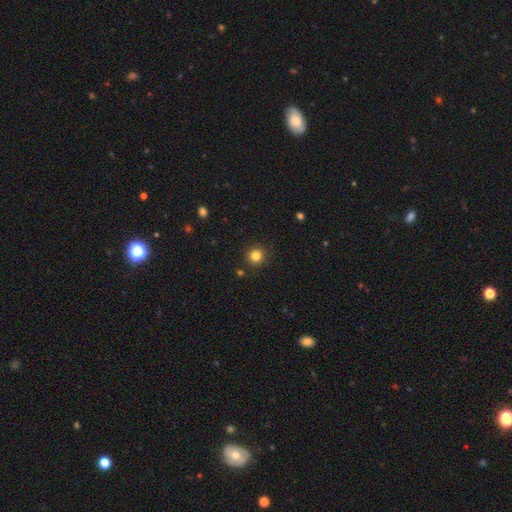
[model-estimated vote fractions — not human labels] This is clearly a smooth galaxy (82%). How rounded: clearly round (94%). Merging: clearly none (91%).